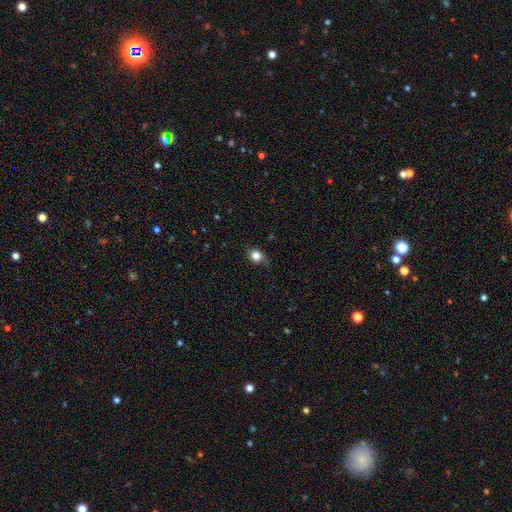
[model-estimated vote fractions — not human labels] Q: Smooth or featured?
A: smooth (80%); runner-up: star or artifact (13%)
Q: How rounded?
A: round (77%); runner-up: in between (22%)
Q: Merging?
A: none (75%); runner-up: minor disturbance (19%)